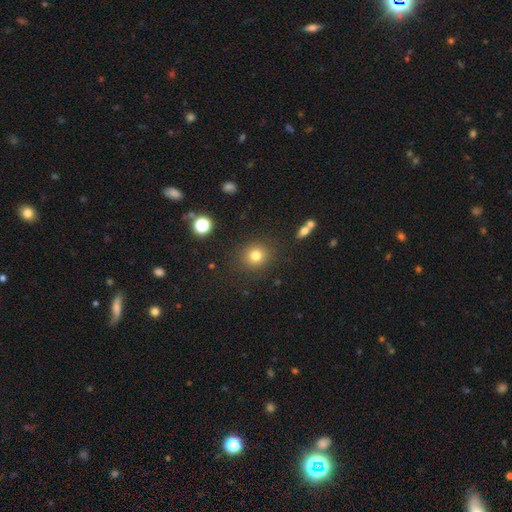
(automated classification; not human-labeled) Smooth or featured? smooth (80%)
How rounded? round (86%)
Merging? none (87%)